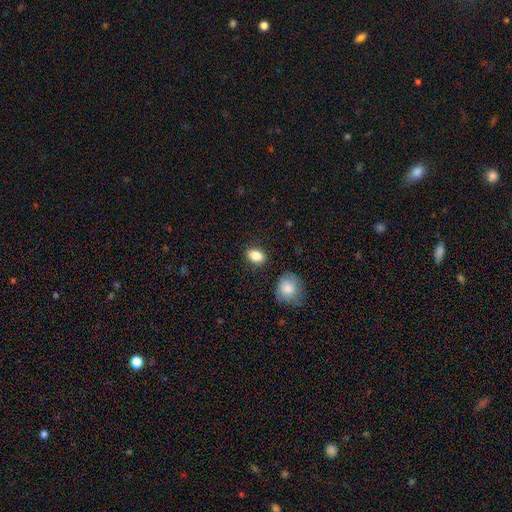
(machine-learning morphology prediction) Smooth or featured: smooth — 86% (star or artifact — 8%)
How rounded: in between — 78% (round — 20%)
Merging: none — 84% (minor disturbance — 10%)